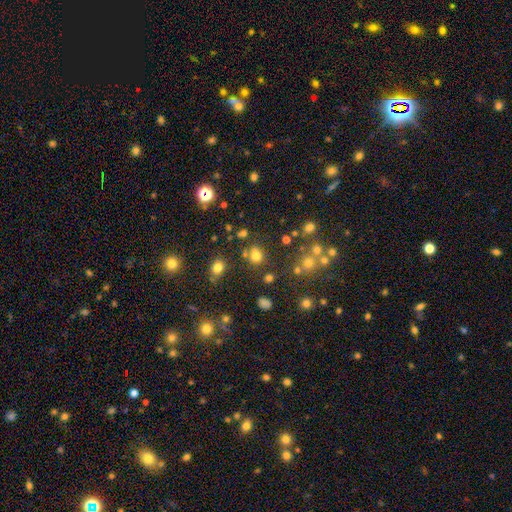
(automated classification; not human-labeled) smooth-or-featured: smooth: 71% | star or artifact: 20% | featured or disk: 8%
  how-rounded: round: 72% | in between: 26% | cigar-shaped: 1%
  merging: none: 71% | minor disturbance: 12% | merger: 12% | major disturbance: 5%